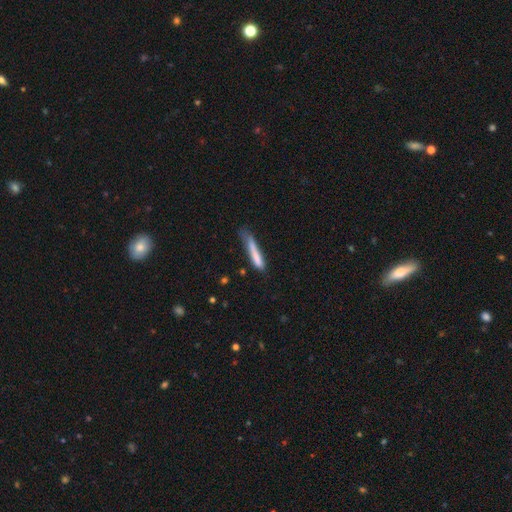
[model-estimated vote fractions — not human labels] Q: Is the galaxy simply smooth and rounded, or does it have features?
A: smooth — 76%.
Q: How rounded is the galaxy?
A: cigar-shaped — 93%.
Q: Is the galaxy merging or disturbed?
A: none — 47%.